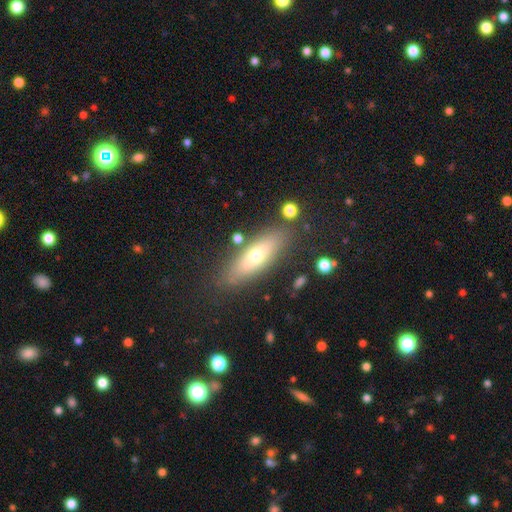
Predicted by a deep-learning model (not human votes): smooth-or-featured: smooth: 57% | featured or disk: 35% | star or artifact: 8%
  how-rounded: in between: 50% | cigar-shaped: 47% | round: 3%
  merging: none: 83% | minor disturbance: 11% | merger: 3% | major disturbance: 3%